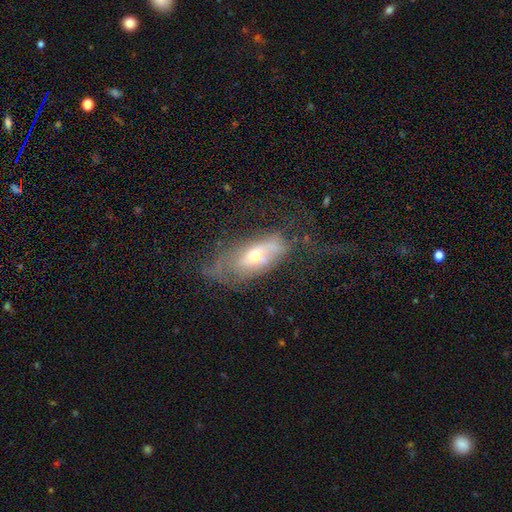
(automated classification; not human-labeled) A featured or disk galaxy (46%). Merging: major disturbance (37%).